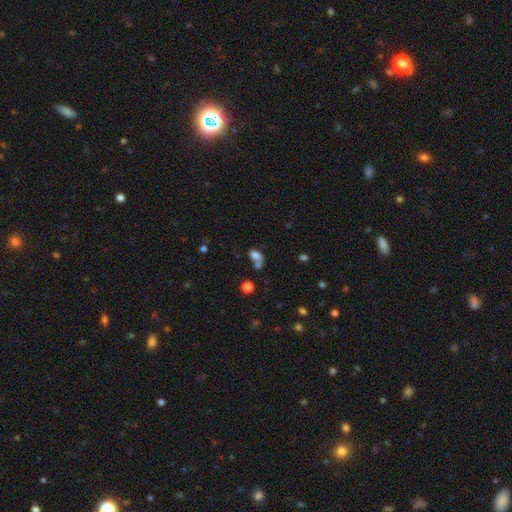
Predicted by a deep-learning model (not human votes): Smooth or featured?
  - smooth: 73% *
  - star or artifact: 14%
  - featured or disk: 13%
How rounded?
  - in between: 71% *
  - round: 27%
  - cigar-shaped: 2%
Merging?
  - merger: 50% *
  - none: 28%
  - minor disturbance: 12%
  - major disturbance: 10%